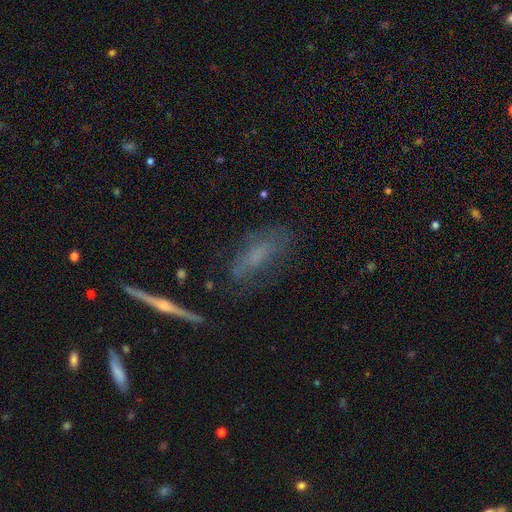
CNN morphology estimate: Smooth or featured? smooth (44%)
Merging? none (60%)